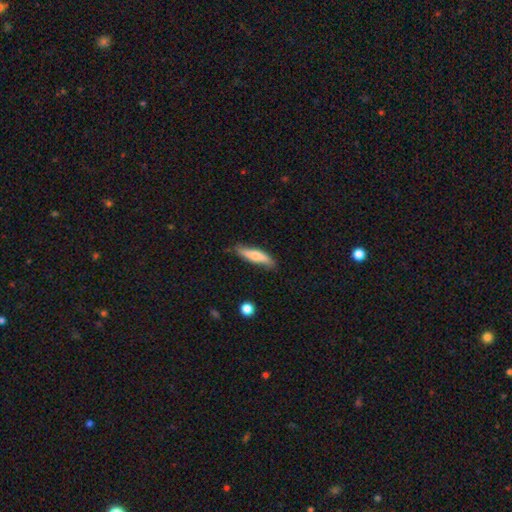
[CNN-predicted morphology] Q: Smooth or featured?
A: smooth (66%); runner-up: featured or disk (28%)
Q: How rounded?
A: cigar-shaped (76%); runner-up: in between (22%)
Q: Merging?
A: none (76%); runner-up: minor disturbance (19%)